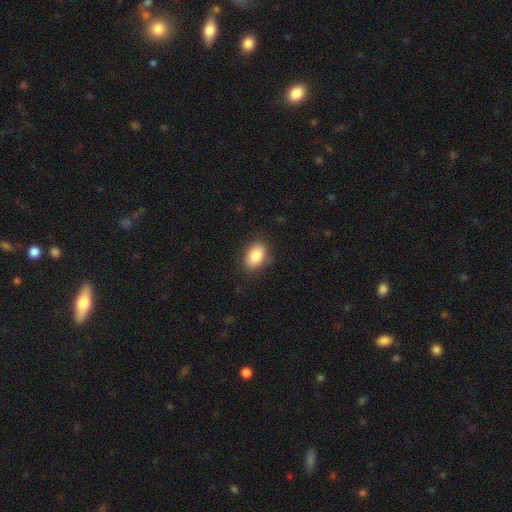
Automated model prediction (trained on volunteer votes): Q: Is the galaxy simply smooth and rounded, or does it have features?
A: smooth — 84%.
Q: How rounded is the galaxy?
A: in between — 85%.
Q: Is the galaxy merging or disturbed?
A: none — 82%.